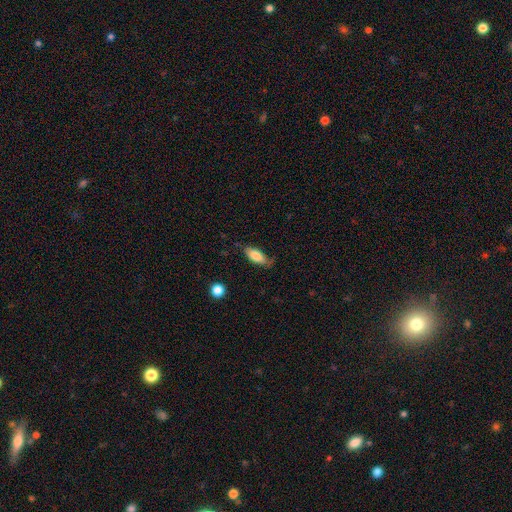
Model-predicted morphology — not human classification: The model was most divided on "merging": none: 67%, minor disturbance: 26%, major disturbance: 6%, merger: 2%. More confident: how rounded — in between (82%); smooth or featured — smooth (79%).